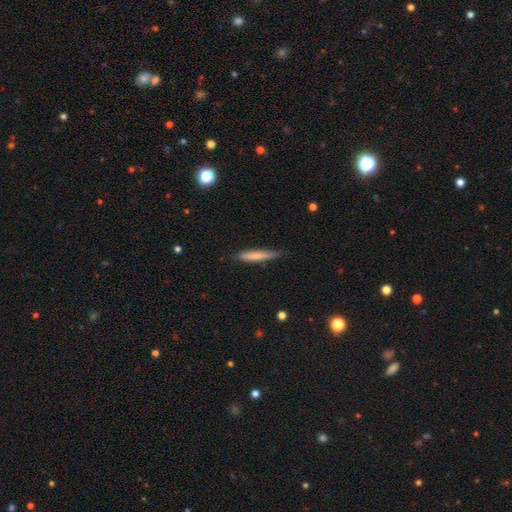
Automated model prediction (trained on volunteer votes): Smooth or featured? smooth (70%)
How rounded? cigar-shaped (93%)
Merging? none (78%)